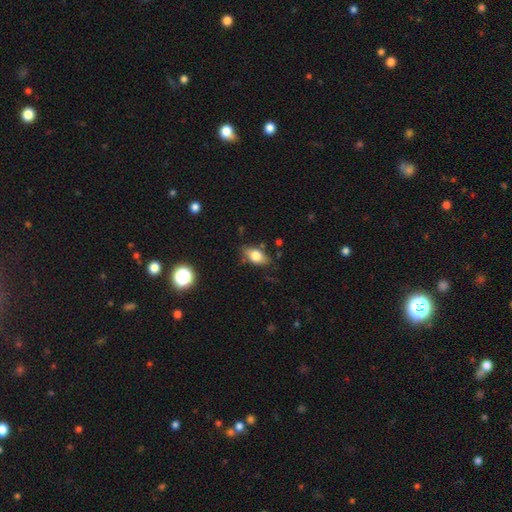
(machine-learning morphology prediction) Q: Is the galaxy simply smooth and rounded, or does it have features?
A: smooth — 71%.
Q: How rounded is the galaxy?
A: in between — 84%.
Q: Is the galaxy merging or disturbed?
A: none — 73%.